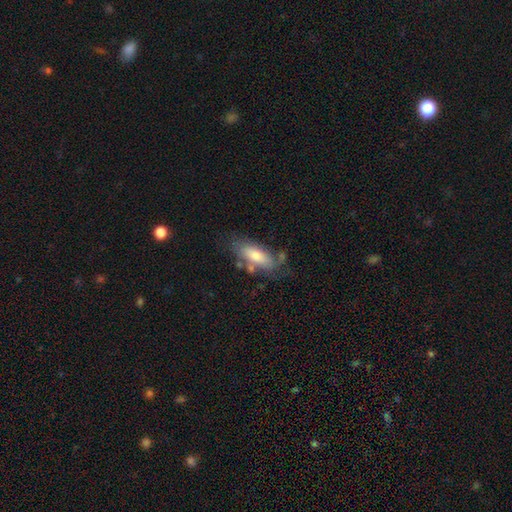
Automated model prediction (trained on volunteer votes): Smooth or featured?
  - smooth: 65% *
  - featured or disk: 28%
  - star or artifact: 7%
How rounded?
  - in between: 75% *
  - cigar-shaped: 23%
  - round: 2%
Merging?
  - none: 59% *
  - minor disturbance: 22%
  - merger: 10%
  - major disturbance: 9%